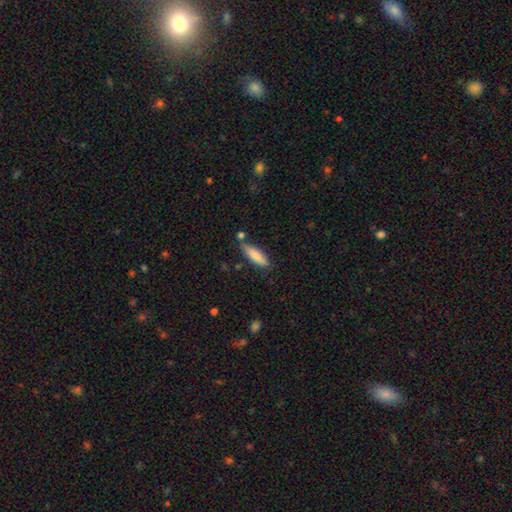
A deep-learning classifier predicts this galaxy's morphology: A smooth galaxy with no disk features (81%) that is cigar-shaped (58%). Merging: none (69%).